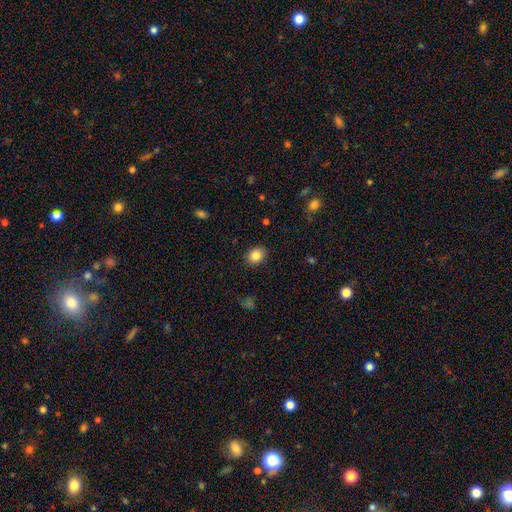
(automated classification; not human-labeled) A smooth galaxy with no disk features (85%) that is round (61%).

Vote fractions:
- Smooth or featured? smooth: 85% / star or artifact: 10% / featured or disk: 6%
- How rounded? round: 61% / in between: 38% / cigar-shaped: 1%
- Merging? none: 88% / minor disturbance: 8% / major disturbance: 2% / merger: 1%